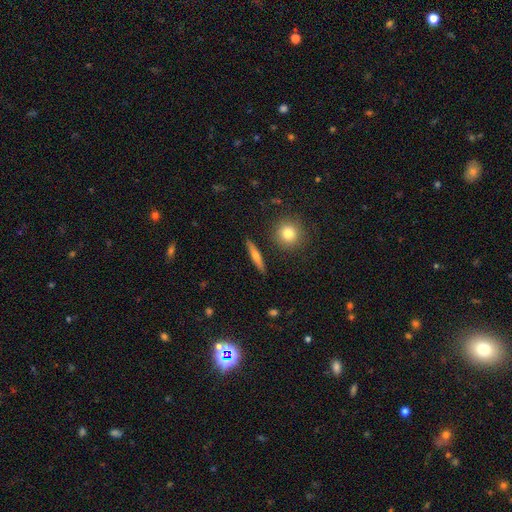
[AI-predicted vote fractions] Overall: smooth (49%; featured or disk 44%). Merging: none (90%).